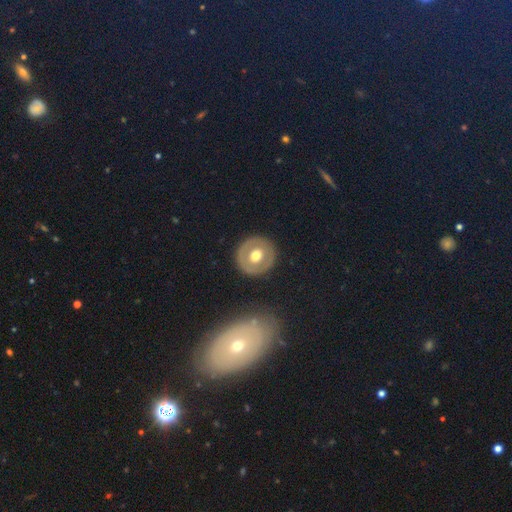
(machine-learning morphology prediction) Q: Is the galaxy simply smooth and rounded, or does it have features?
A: smooth — 49%.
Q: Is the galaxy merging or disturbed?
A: none — 88%.